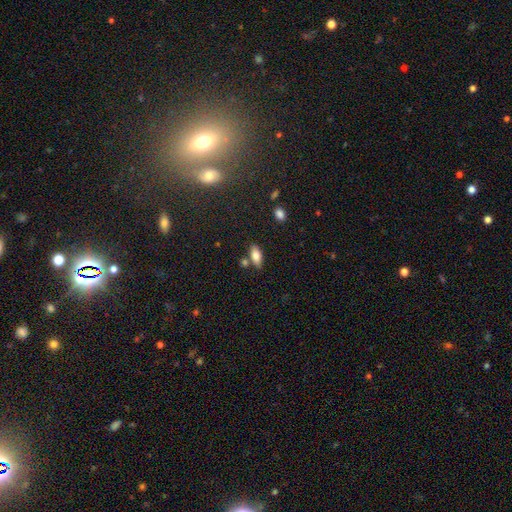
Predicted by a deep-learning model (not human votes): This appears to be a smooth galaxy with no disk features (78%) that is in between round and cigar-shaped (85%). Merging: none (69%).